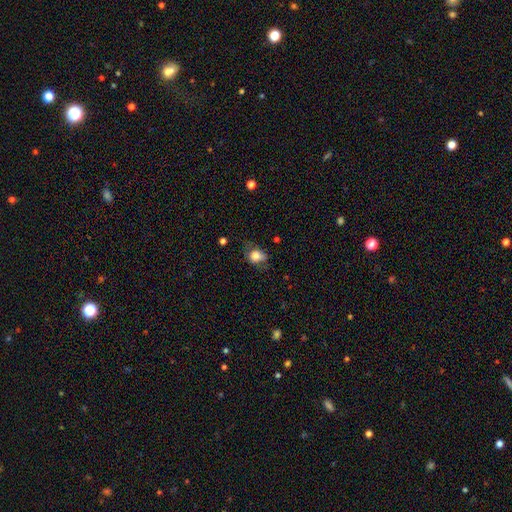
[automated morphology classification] smooth_or_featured: smooth (p=0.77) [alt: featured or disk p=0.14]
how_rounded: in between (p=0.55) [alt: round p=0.44]
merging: none (p=0.51) [alt: minor disturbance p=0.31]